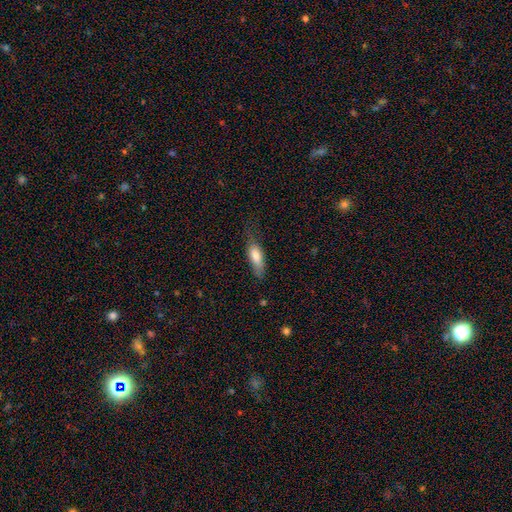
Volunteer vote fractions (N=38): Smooth or featured? 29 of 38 (76%) said smooth. How rounded? 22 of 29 (76%) said in between. Merging? 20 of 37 (54%) said none.